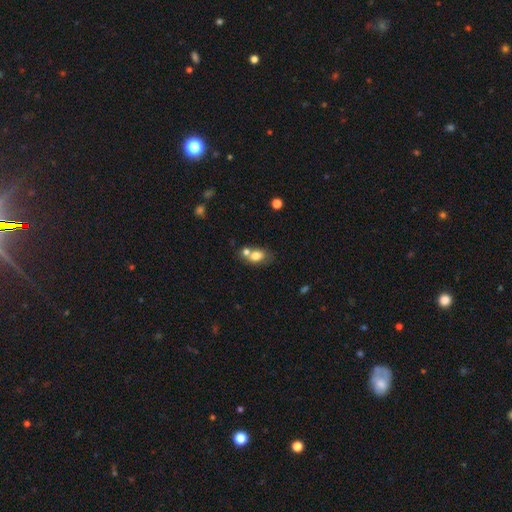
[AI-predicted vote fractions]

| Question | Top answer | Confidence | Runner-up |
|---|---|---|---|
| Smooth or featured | smooth | 75% | featured or disk (15%) |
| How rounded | in between | 74% | round (24%) |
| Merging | none | 41% | tied: merger (41%) |